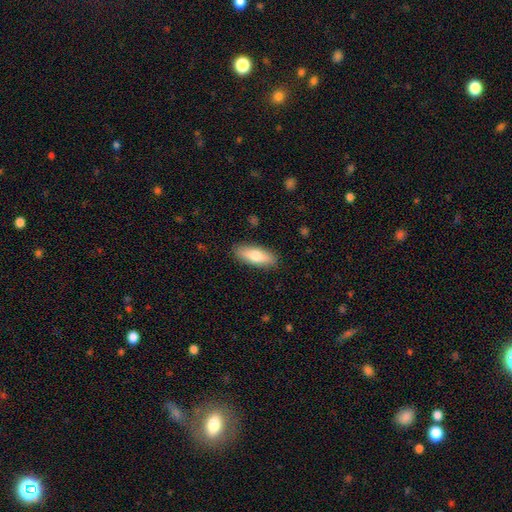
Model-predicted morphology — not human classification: A smooth galaxy with no disk features (74%) that is in between round and cigar-shaped (61%). Merging: none (88%).